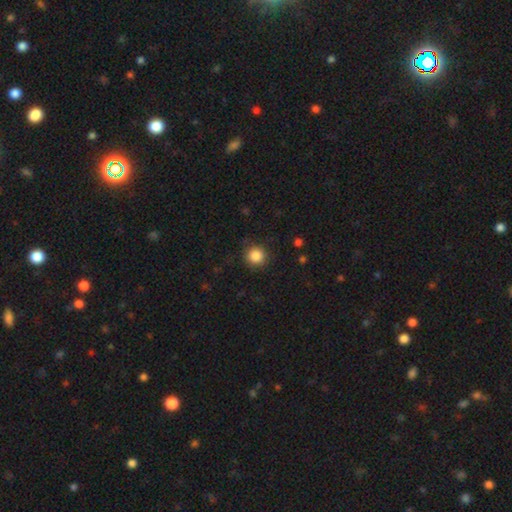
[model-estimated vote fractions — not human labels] A smooth galaxy with no disk features (86%) that is round (94%). Merging: none (87%).